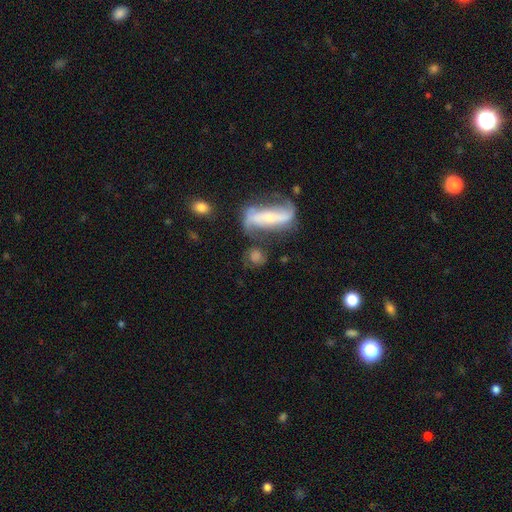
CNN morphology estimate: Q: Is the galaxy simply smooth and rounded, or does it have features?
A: featured or disk — 58%.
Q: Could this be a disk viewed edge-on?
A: no — 79%.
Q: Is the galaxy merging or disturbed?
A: none — 56%.